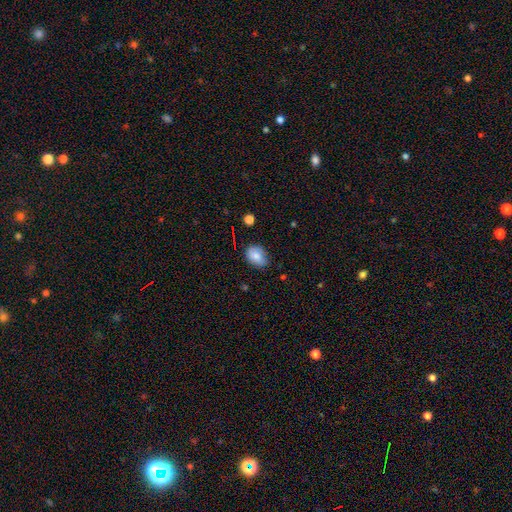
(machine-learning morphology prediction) The model was most divided on "merging": none: 67%, minor disturbance: 27%, major disturbance: 4%, merger: 2%. More confident: smooth or featured — smooth (82%); how rounded — in between (72%).